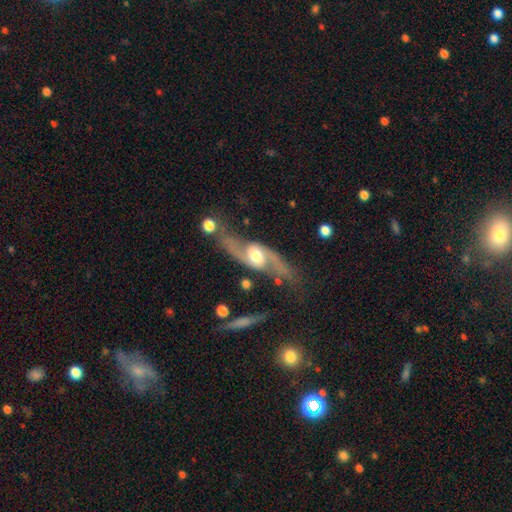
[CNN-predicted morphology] Overall: featured or disk (88%). Edge-on disk: no (87%). Bar: no (46%; weak 40%). Spiral arms: yes (95%). Spiral arm count: 2 (94%). Spiral winding: loose (65%; medium 28%). Bulge size: moderate (66%). Merging: none (64%).